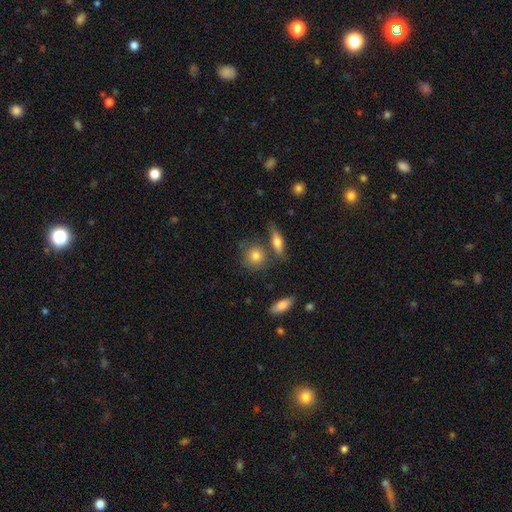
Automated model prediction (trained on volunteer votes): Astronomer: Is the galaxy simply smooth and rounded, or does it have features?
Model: smooth — 79%.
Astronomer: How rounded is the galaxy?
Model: round — 77%.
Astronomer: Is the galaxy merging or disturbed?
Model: none — 66%.